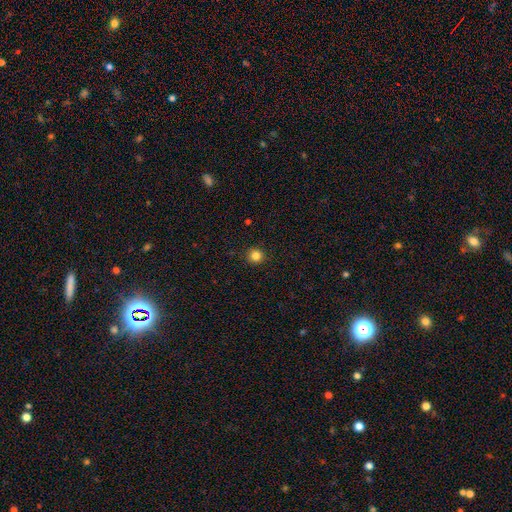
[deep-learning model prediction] Overall: smooth (83%). How rounded: round (95%). Merging: none (93%).